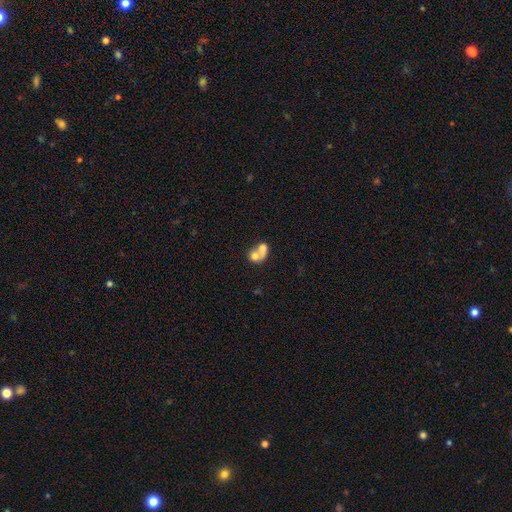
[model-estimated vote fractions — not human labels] Smooth or featured? Predicted: smooth (p=0.64). How rounded? Predicted: round (p=0.50). Merging? Predicted: merger (p=0.74).